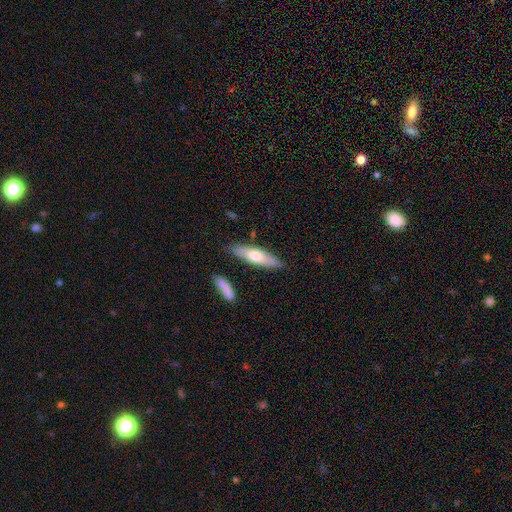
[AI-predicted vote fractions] This appears to be a smooth galaxy with no disk features (59%) that is cigar-shaped (59%). Merging: none (81%).